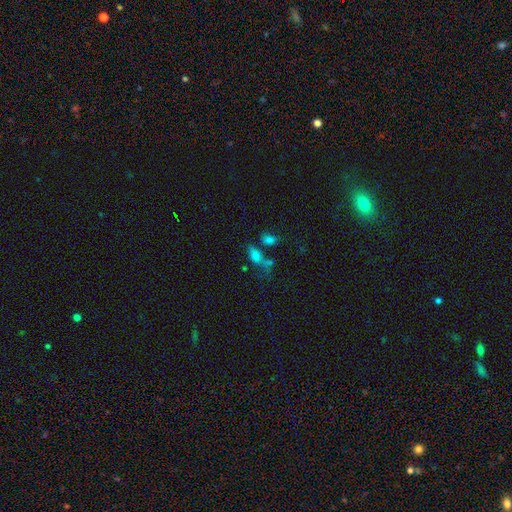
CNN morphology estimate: A smooth galaxy with no disk features (66%) that is in between round and cigar-shaped (77%). Merging: none (39%).